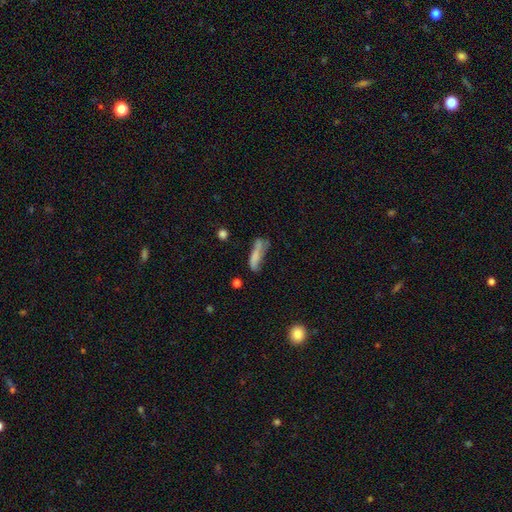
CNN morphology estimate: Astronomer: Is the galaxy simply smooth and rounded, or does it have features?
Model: smooth — 67%.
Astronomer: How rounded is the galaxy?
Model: cigar-shaped — 68%.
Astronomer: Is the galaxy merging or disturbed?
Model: none — 40% (runner-up: minor disturbance, 30%).